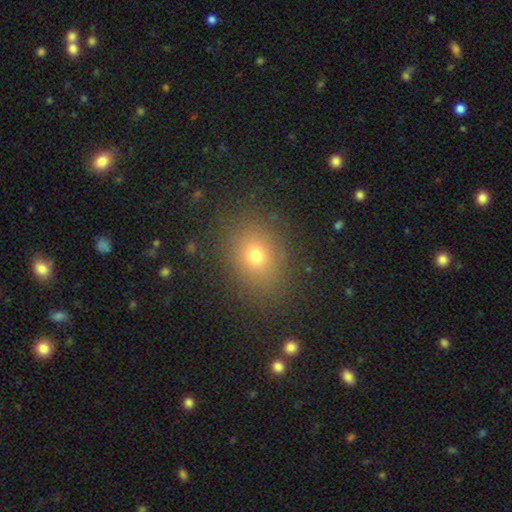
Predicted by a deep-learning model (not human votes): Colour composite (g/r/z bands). It shows a smooth galaxy with no disk features (72%) that is in between round and cigar-shaped (51%). Merging: none (86%).